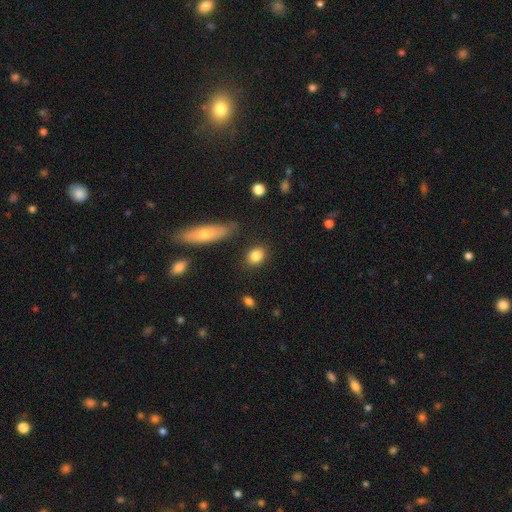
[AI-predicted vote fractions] Smooth or featured?
  - smooth: 84% *
  - star or artifact: 8%
  - featured or disk: 8%
How rounded?
  - in between: 51% *
  - round: 45%
  - cigar-shaped: 3%
Merging?
  - none: 83% *
  - minor disturbance: 11%
  - major disturbance: 3%
  - merger: 3%